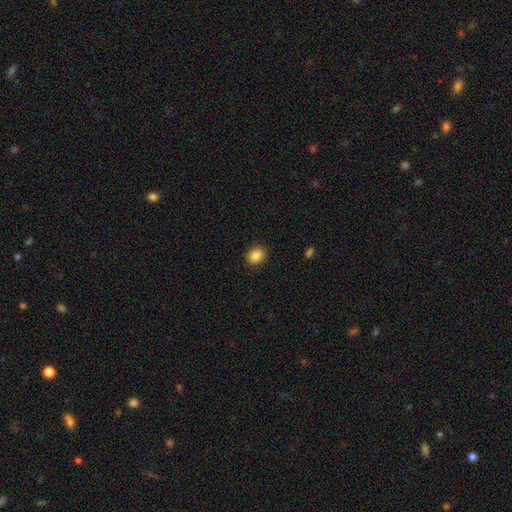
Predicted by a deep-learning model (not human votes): Smooth or featured? smooth (86%)
How rounded? round (56%)
Merging? none (88%)